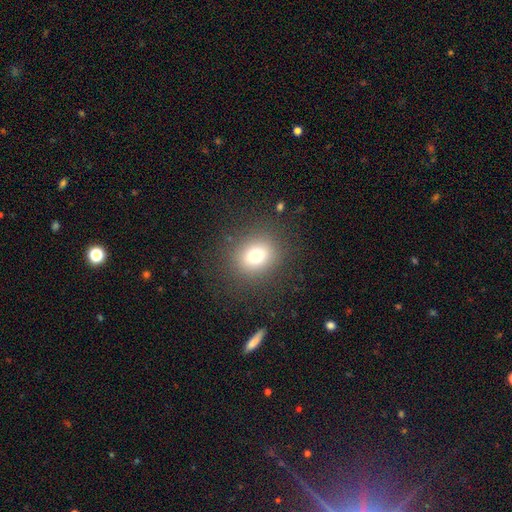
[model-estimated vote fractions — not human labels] Q: Smooth or featured?
A: smooth (74%); runner-up: star or artifact (16%)
Q: How rounded?
A: round (71%); runner-up: in between (28%)
Q: Merging?
A: none (86%); runner-up: minor disturbance (8%)